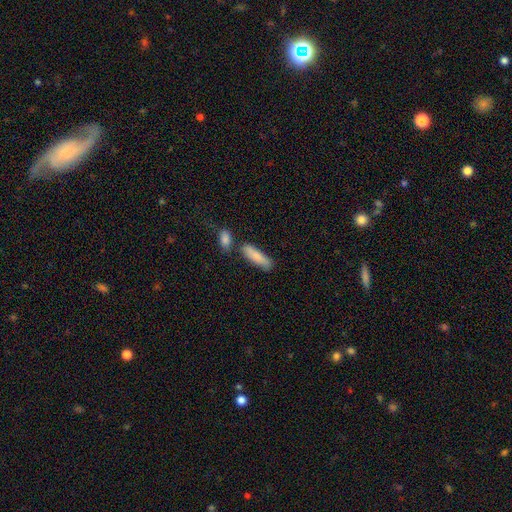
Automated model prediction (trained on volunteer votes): Morphology: type=smooth (84%); roundness=cigar-shaped (59%); merging=none (64%).